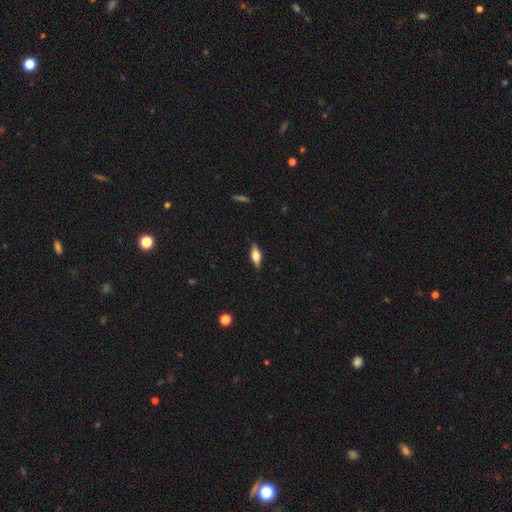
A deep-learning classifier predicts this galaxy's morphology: smooth 50%, featured or disk 43%, star or artifact 7%. Down the decision tree: merging — none (84%).